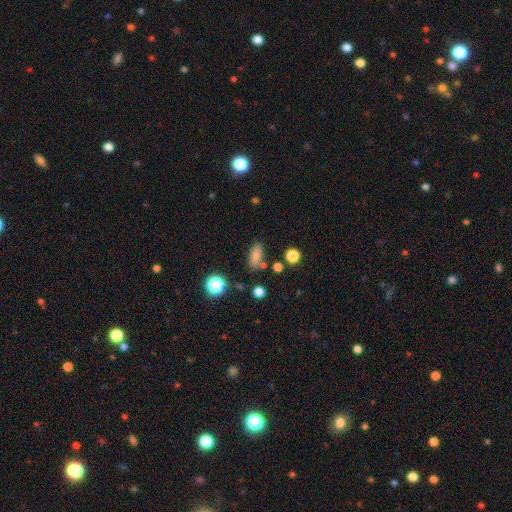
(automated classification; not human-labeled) smooth_or_featured: smooth (p=0.74) [alt: featured or disk p=0.13]
how_rounded: in between (p=0.81) [alt: cigar-shaped p=0.11]
merging: none (p=0.74) [alt: minor disturbance p=0.15]